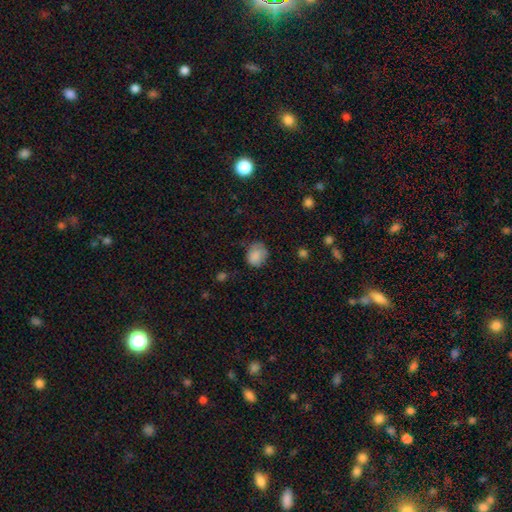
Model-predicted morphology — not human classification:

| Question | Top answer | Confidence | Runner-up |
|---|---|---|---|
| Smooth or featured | smooth | 84% | star or artifact (9%) |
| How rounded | round | 55% | in between (45%) |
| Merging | none | 60% | minor disturbance (29%) |